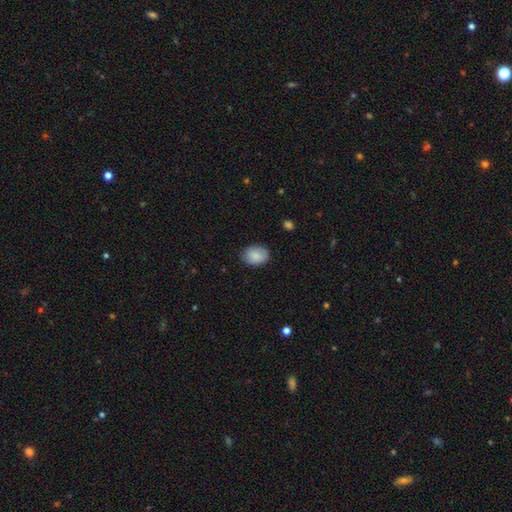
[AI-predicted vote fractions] Overall: smooth (86%). How rounded: in between (69%; round 30%). Merging: none (83%).